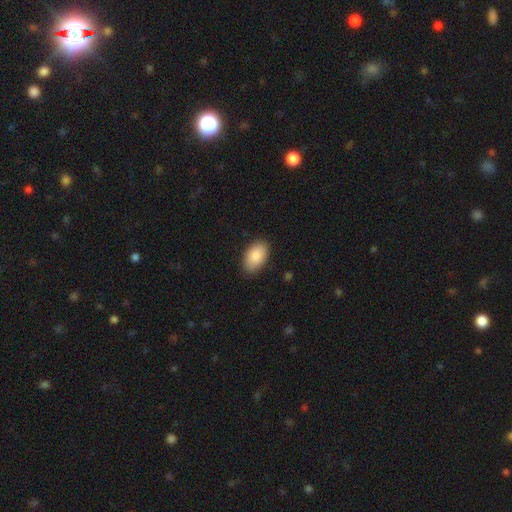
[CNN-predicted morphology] smooth_or_featured: smooth (p=0.88) [alt: star or artifact p=0.06]
how_rounded: in between (p=0.92) [alt: round p=0.06]
merging: none (p=0.85) [alt: minor disturbance p=0.12]